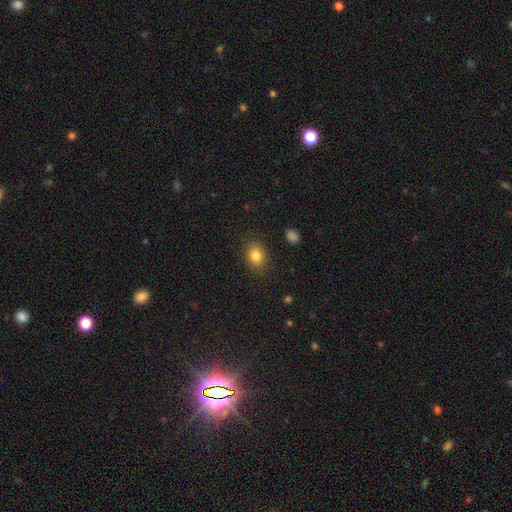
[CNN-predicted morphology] A smooth galaxy with no disk features (84%) that is in between round and cigar-shaped (56%).

Vote fractions:
- Smooth or featured? smooth: 84% / star or artifact: 10% / featured or disk: 6%
- How rounded? in between: 56% / round: 43% / cigar-shaped: 1%
- Merging? none: 87% / minor disturbance: 9% / major disturbance: 3% / merger: 1%